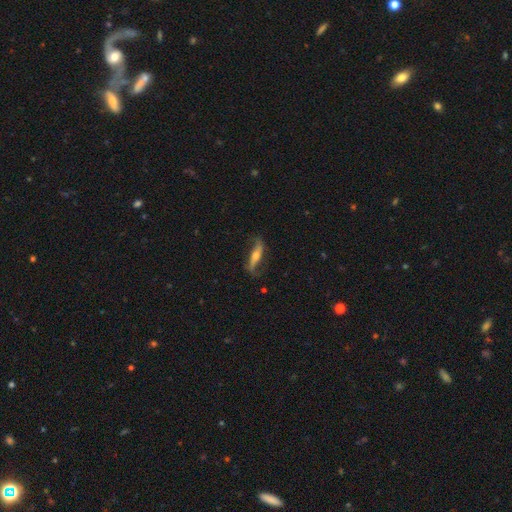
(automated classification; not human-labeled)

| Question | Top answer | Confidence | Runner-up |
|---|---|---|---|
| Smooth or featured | featured or disk | 76% | smooth (18%) |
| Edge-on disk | no | 56% | yes (44%) |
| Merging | none | 72% | minor disturbance (18%) |